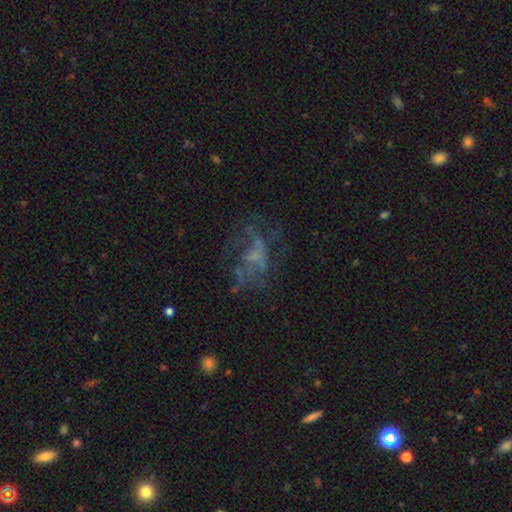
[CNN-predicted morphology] Smooth or featured: featured or disk — 58% (smooth — 21%)
Edge-on disk: no — 97% (yes — 3%)
Bar: no — 76% (weak — 19%)
Spiral arms: no — 65% (yes — 35%)
Bulge size: none — 59% (small — 24%)
Merging: none — 46% (major disturbance — 34%)